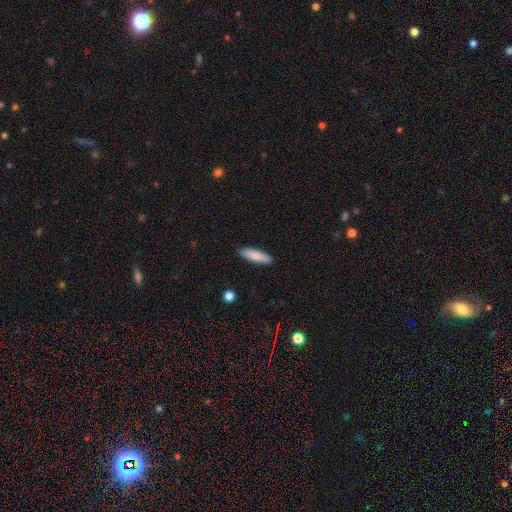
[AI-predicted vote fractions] Smooth or featured: smooth — 84% (featured or disk — 10%)
How rounded: cigar-shaped — 66% (in between — 33%)
Merging: none — 89% (minor disturbance — 8%)